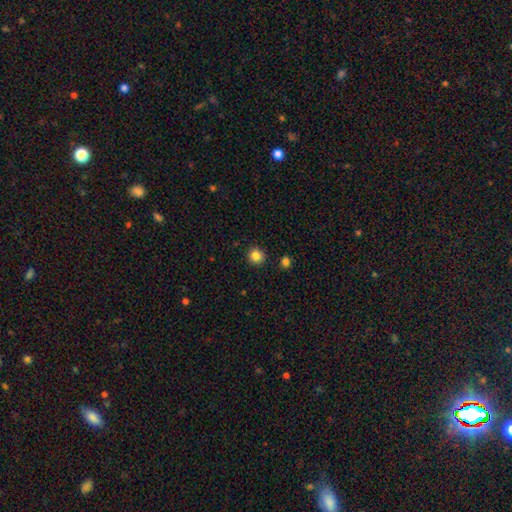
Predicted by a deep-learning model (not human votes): Smooth or featured?
  - smooth: 85% *
  - star or artifact: 11%
  - featured or disk: 4%
How rounded?
  - round: 91% *
  - in between: 8%
  - cigar-shaped: 1%
Merging?
  - none: 90% *
  - minor disturbance: 6%
  - merger: 2%
  - major disturbance: 2%